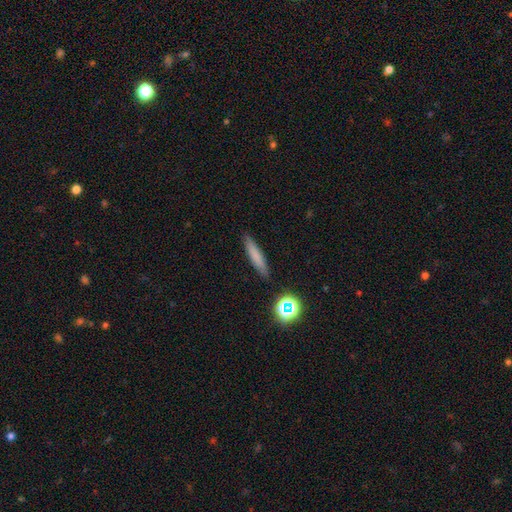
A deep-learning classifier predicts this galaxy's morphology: smooth-or-featured: smooth: 74% | featured or disk: 16% | star or artifact: 11%
  how-rounded: cigar-shaped: 88% | in between: 10% | round: 2%
  merging: none: 88% | minor disturbance: 8% | major disturbance: 2% | merger: 2%